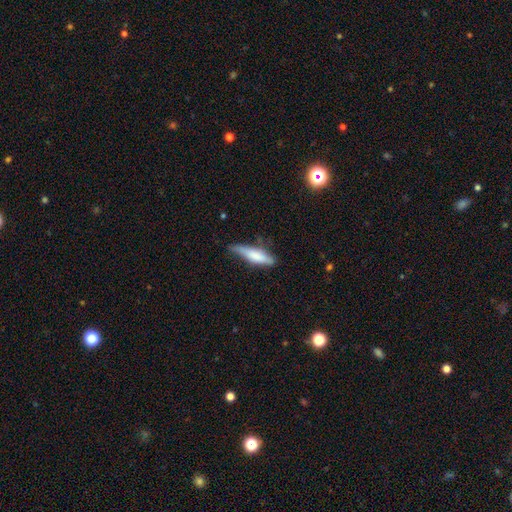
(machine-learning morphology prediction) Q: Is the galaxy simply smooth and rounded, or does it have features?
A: smooth — 69%.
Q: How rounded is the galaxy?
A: cigar-shaped — 71%.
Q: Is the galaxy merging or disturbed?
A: none — 53%.